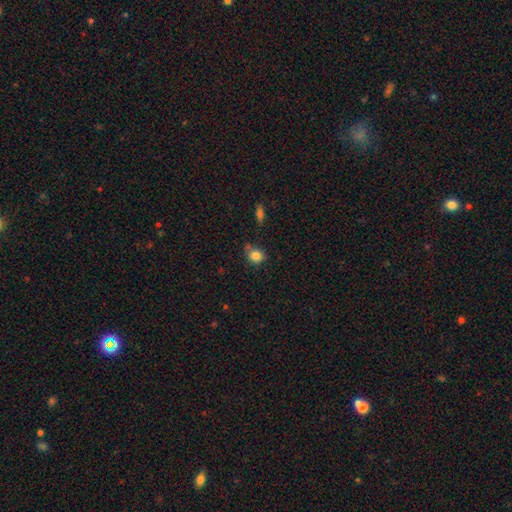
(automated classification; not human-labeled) A smooth galaxy with no disk features (84%) that is round (77%).

Vote fractions:
- Smooth or featured? smooth: 84% / star or artifact: 10% / featured or disk: 6%
- How rounded? round: 77% / in between: 22% / cigar-shaped: 1%
- Merging? none: 61% / minor disturbance: 24% / merger: 9% / major disturbance: 6%